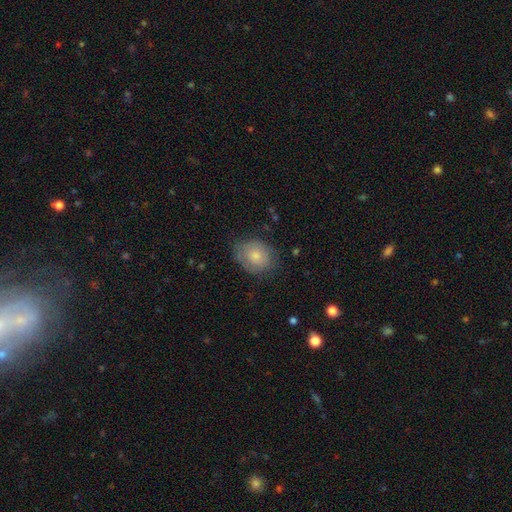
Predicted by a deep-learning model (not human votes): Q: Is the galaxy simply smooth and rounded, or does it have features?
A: smooth — 69%.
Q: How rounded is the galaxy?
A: round — 56%.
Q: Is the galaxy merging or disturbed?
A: none — 65%.